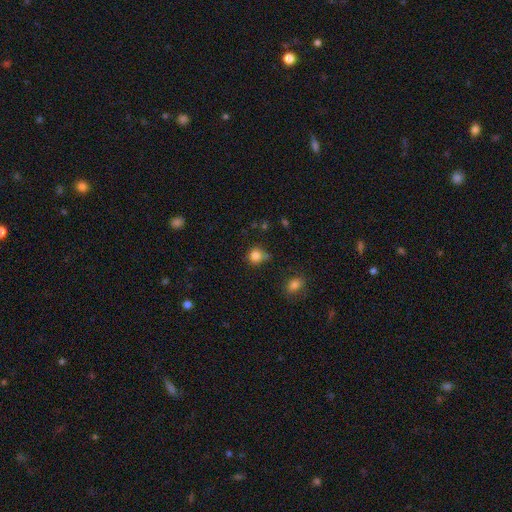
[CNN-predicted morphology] This is clearly a smooth galaxy (82%). How rounded: clearly round (84%). Merging: likely none (61%).